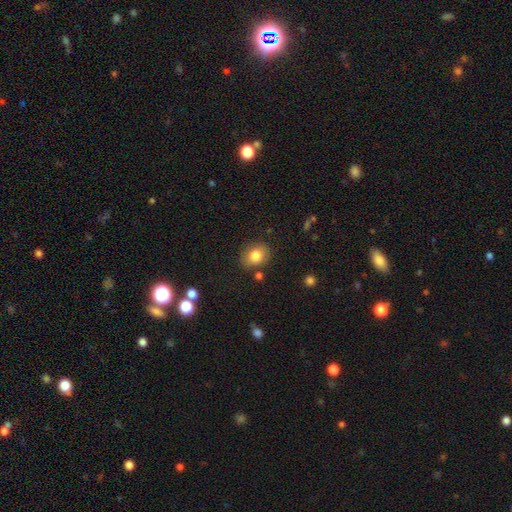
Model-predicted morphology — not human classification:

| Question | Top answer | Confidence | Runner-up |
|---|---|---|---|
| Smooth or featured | smooth | 80% | featured or disk (10%) |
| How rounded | round | 52% | in between (47%) |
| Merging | none | 80% | minor disturbance (13%) |